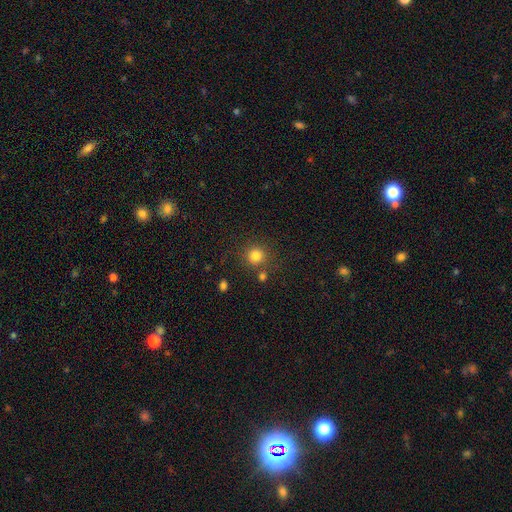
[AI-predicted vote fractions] A smooth galaxy with no disk features (81%) that is round (92%).

Vote fractions:
- Smooth or featured? smooth: 81% / star or artifact: 13% / featured or disk: 6%
- How rounded? round: 92% / in between: 7% / cigar-shaped: 1%
- Merging? none: 79% / minor disturbance: 9% / merger: 8% / major disturbance: 4%